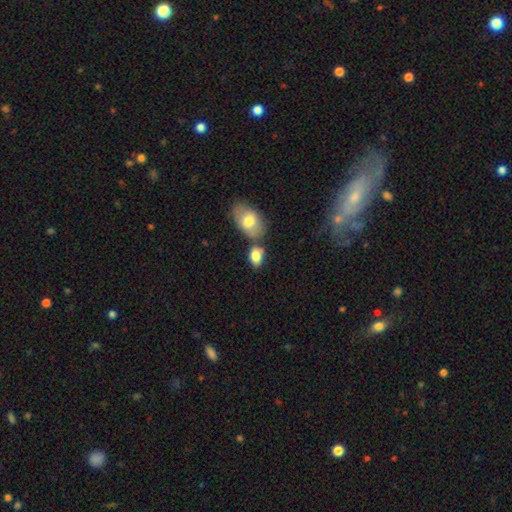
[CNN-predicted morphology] smooth 80%, featured or disk 13%, star or artifact 8%. Down the decision tree: how rounded — in between (88%); merging — none (53%).